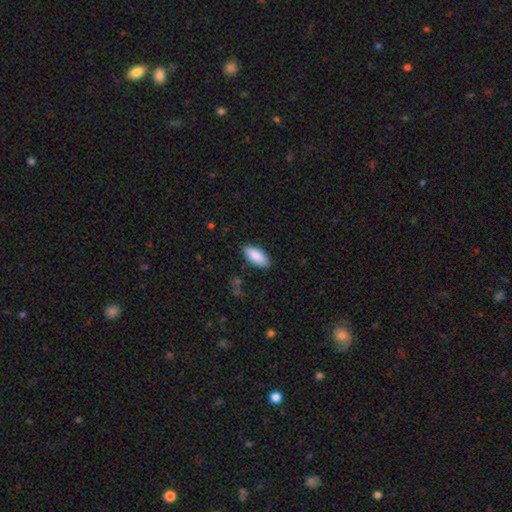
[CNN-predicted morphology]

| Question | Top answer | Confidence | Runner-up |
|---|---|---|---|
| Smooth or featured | smooth | 89% | star or artifact (6%) |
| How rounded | in between | 85% | cigar-shaped (13%) |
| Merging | none | 86% | minor disturbance (10%) |